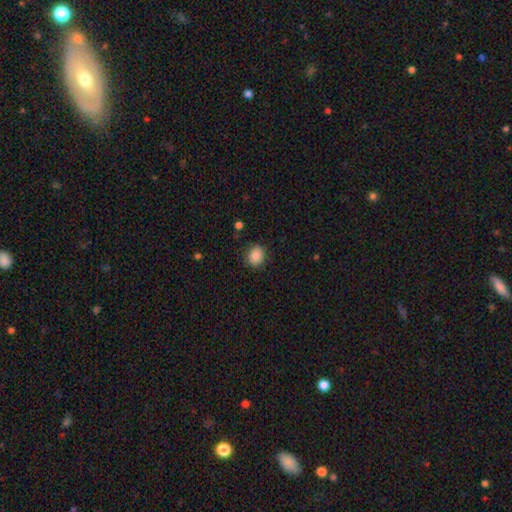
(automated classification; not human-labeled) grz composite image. It shows a smooth galaxy with no disk features (86%) that is round (68%). Merging: none (87%).